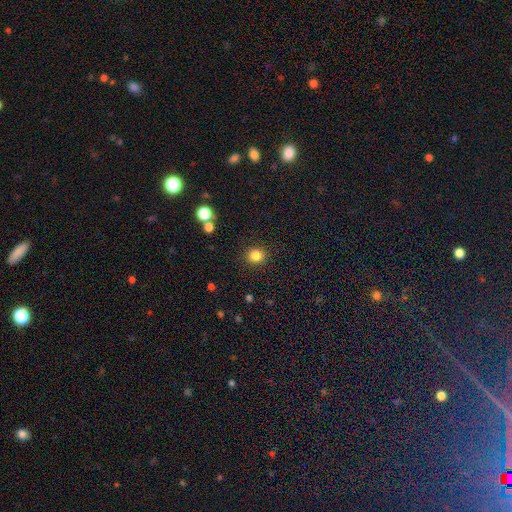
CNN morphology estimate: smooth 84%, star or artifact 12%, featured or disk 4%. Down the decision tree: how rounded — round (85%); merging — none (89%).